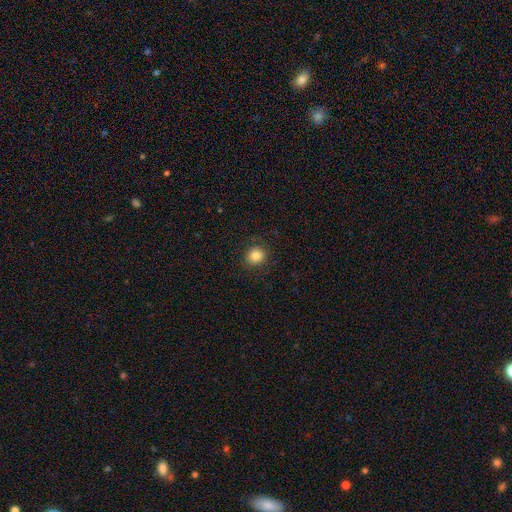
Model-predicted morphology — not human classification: type=smooth (83%); roundness=round (79%); merging=none (87%).